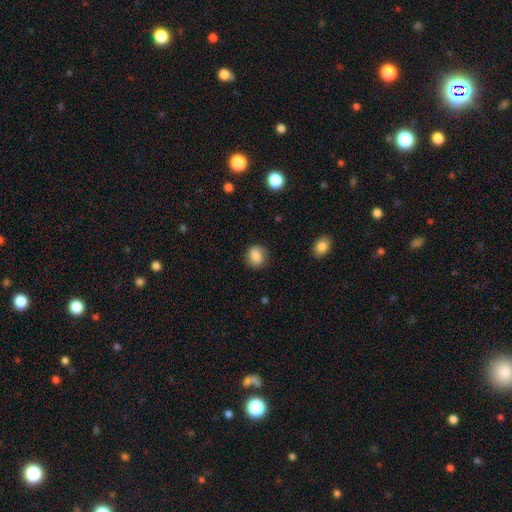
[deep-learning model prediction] smooth_or_featured: smooth (p=0.84) [alt: star or artifact p=0.09]
how_rounded: round (p=0.67) [alt: in between p=0.32]
merging: none (p=0.81) [alt: minor disturbance p=0.14]